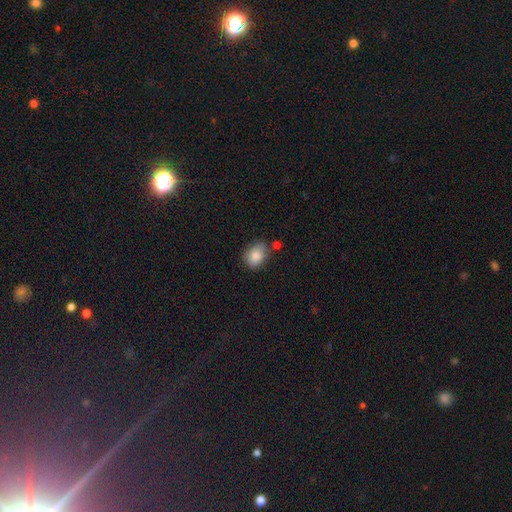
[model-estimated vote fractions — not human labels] smooth 85%, star or artifact 8%, featured or disk 7%. Down the decision tree: how rounded — in between (61%); merging — none (67%).